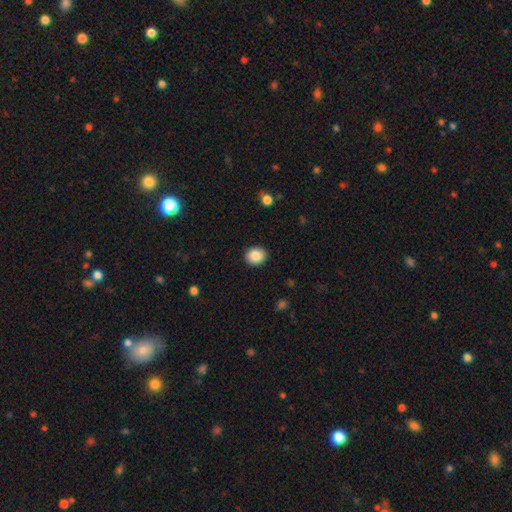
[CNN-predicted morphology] Q: Smooth or featured?
A: smooth (87%); runner-up: star or artifact (9%)
Q: How rounded?
A: round (72%); runner-up: in between (27%)
Q: Merging?
A: none (91%); runner-up: minor disturbance (6%)